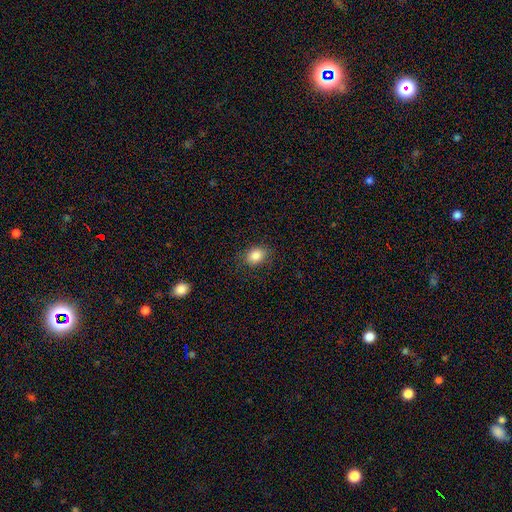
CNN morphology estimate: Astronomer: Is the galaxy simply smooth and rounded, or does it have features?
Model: smooth — 85%.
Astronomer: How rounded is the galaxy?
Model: in between — 60% (runner-up: round, 39%).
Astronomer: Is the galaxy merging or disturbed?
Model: none — 82%.